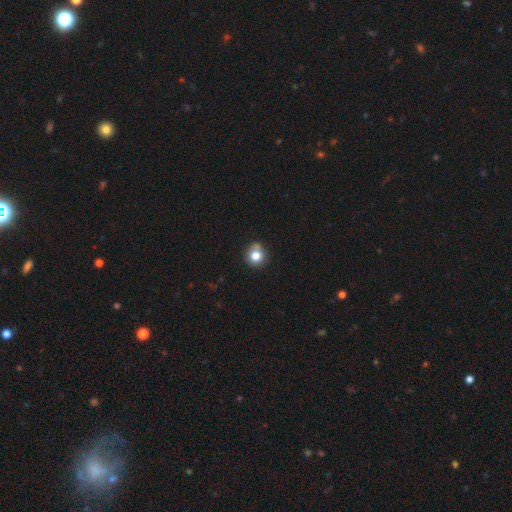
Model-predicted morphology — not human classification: The model was most divided on "merging": none: 67%, minor disturbance: 17%, merger: 12%, major disturbance: 4%. More confident: how rounded — round (88%); smooth or featured — smooth (79%).